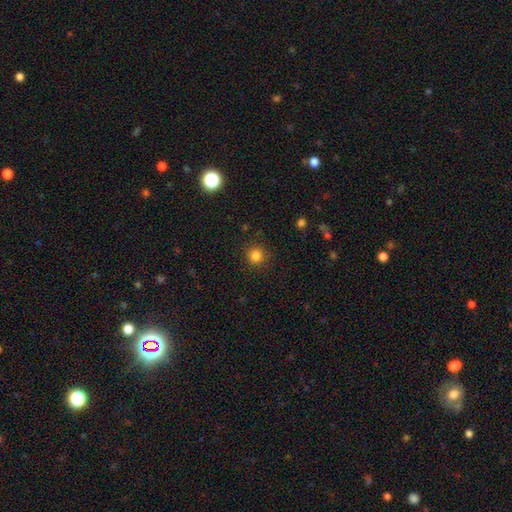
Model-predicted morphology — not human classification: Smooth or featured: smooth — 83% (star or artifact — 12%)
How rounded: round — 93% (in between — 6%)
Merging: none — 89% (minor disturbance — 7%)